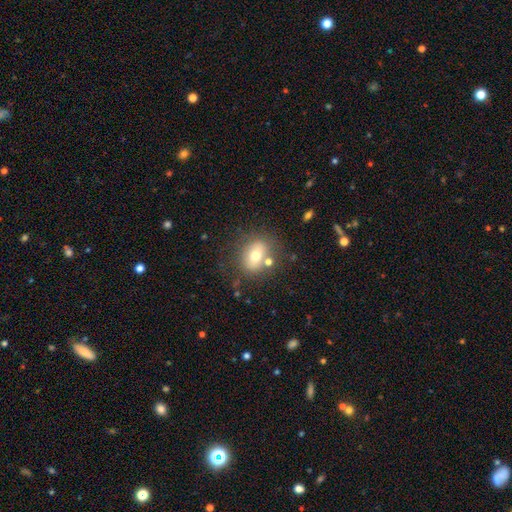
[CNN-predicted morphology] This is likely a smooth galaxy (67%). How rounded: possibly in between (54%). Merging: likely none (69%).